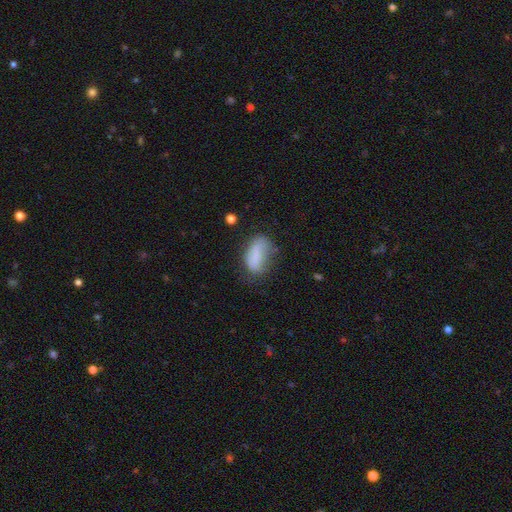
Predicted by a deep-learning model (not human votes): Smooth or featured: smooth — 77% (featured or disk — 14%)
How rounded: in between — 88% (cigar-shaped — 6%)
Merging: none — 48% (minor disturbance — 32%)